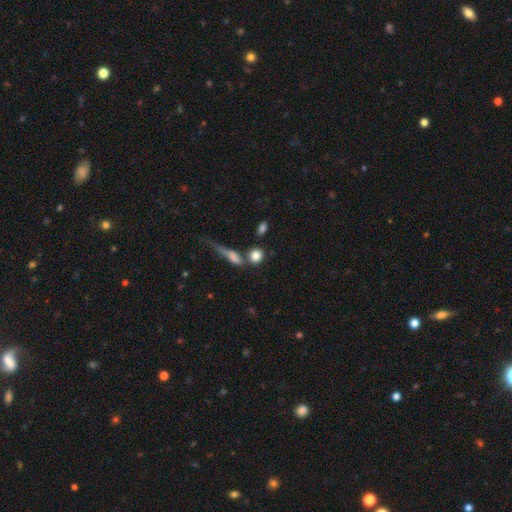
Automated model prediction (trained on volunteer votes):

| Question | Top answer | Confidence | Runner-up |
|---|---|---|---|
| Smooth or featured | smooth | 82% | star or artifact (9%) |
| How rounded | round | 73% | in between (21%) |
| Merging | none | 59% | merger (22%) |